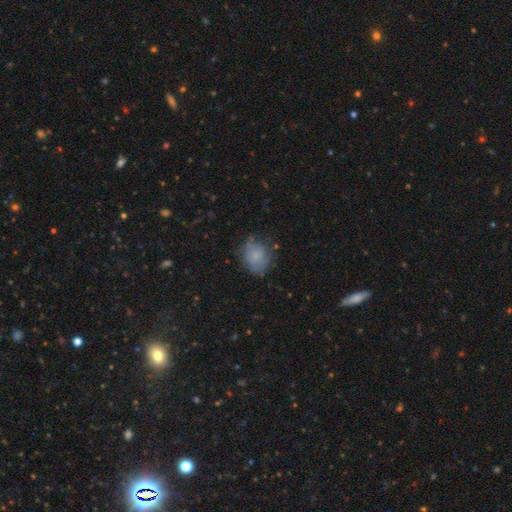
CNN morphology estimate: smooth_or_featured: smooth (p=0.68) [alt: featured or disk p=0.22]
how_rounded: round (p=0.68) [alt: in between p=0.31]
merging: none (p=0.66) [alt: minor disturbance p=0.23]